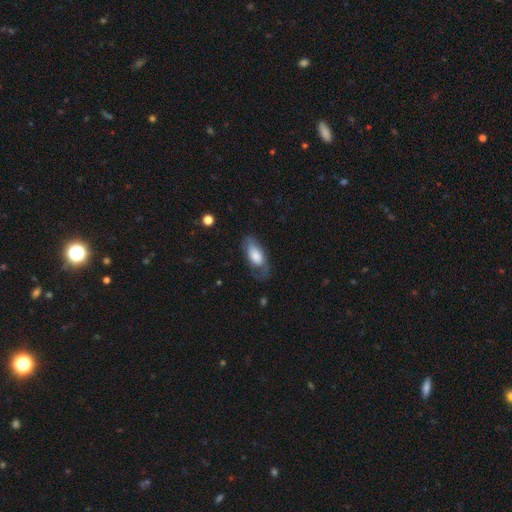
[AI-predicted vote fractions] Q: Smooth or featured?
A: smooth (65%); runner-up: featured or disk (28%)
Q: How rounded?
A: in between (88%); runner-up: cigar-shaped (9%)
Q: Merging?
A: none (48%); runner-up: minor disturbance (28%)